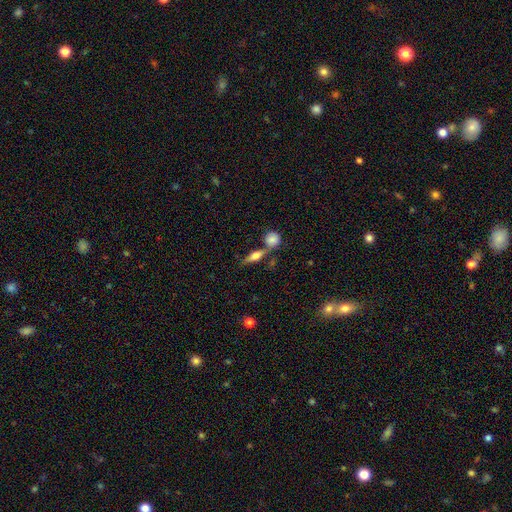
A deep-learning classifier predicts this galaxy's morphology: Overall: featured or disk (49%; smooth 43%). Merging: none (66%).